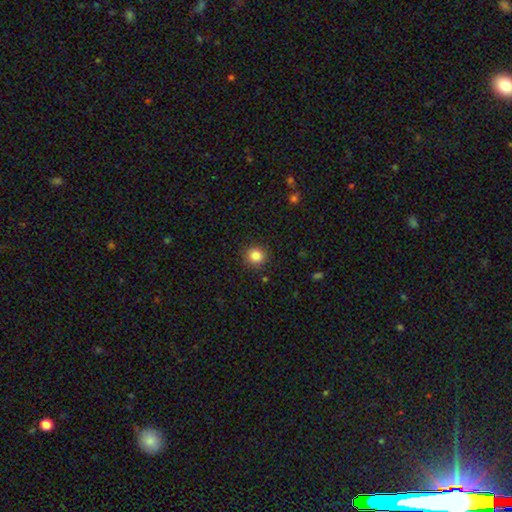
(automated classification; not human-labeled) Smooth or featured?
  - smooth: 85% *
  - star or artifact: 11%
  - featured or disk: 5%
How rounded?
  - round: 92% *
  - in between: 7%
  - cigar-shaped: 1%
Merging?
  - none: 90% *
  - minor disturbance: 6%
  - major disturbance: 2%
  - merger: 1%